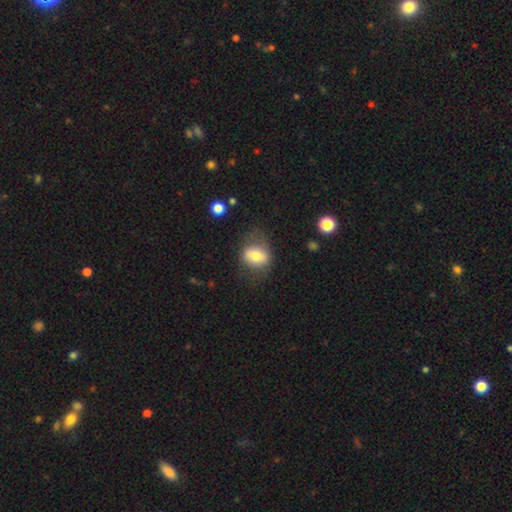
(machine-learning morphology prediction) Overall: smooth (65%; featured or disk 27%). How rounded: in between (55%; round 43%). Merging: none (63%).